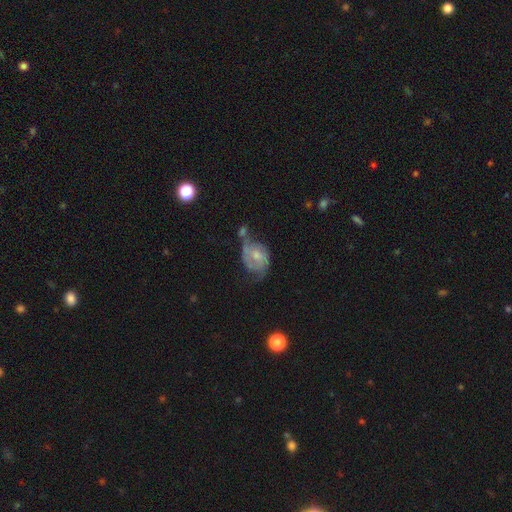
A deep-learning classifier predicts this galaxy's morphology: Smooth or featured: featured or disk — 64% (smooth — 28%)
Edge-on disk: no — 97% (yes — 3%)
Bar: no — 60% (weak — 35%)
Spiral arms: yes — 79% (no — 21%)
Bulge size: moderate — 44% (small — 43%)
Merging: none — 32% (minor disturbance — 27%)